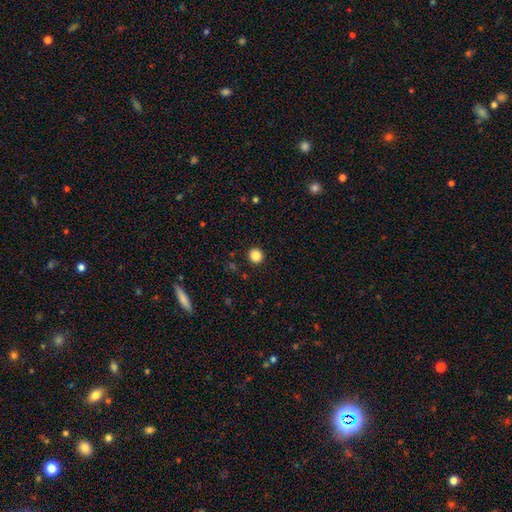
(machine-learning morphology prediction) Overall: smooth (86%). How rounded: round (91%). Merging: none (92%).